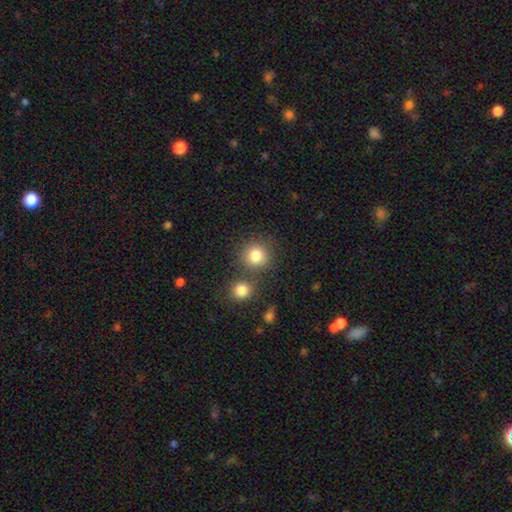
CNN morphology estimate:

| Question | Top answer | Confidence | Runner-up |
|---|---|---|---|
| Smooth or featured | smooth | 83% | star or artifact (11%) |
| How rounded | round | 90% | in between (9%) |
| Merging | none | 71% | merger (17%) |